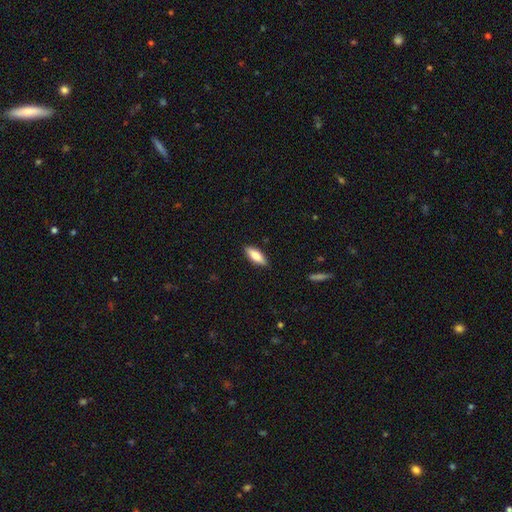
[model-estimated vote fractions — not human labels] Smooth or featured? smooth (79%)
How rounded? in between (67%)
Merging? none (88%)